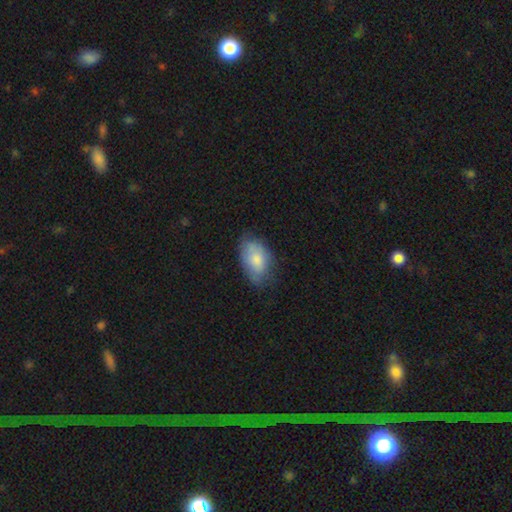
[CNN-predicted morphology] Smooth or featured?
  - smooth: 76% *
  - featured or disk: 17%
  - star or artifact: 7%
How rounded?
  - in between: 92% *
  - round: 7%
  - cigar-shaped: 2%
Merging?
  - none: 63% *
  - minor disturbance: 29%
  - major disturbance: 6%
  - merger: 1%